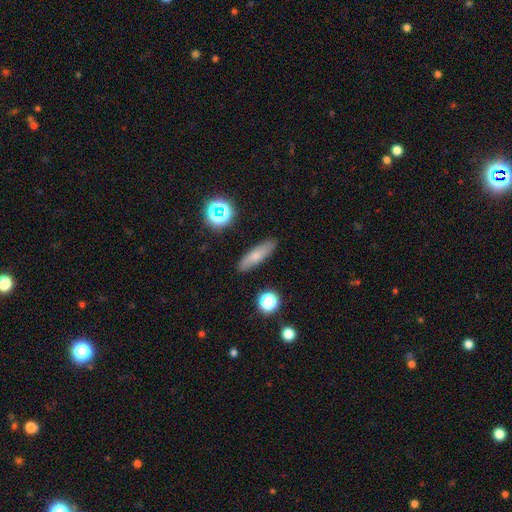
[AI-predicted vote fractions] Q: Smooth or featured?
A: smooth (67%); runner-up: featured or disk (23%)
Q: How rounded?
A: cigar-shaped (62%); runner-up: in between (34%)
Q: Merging?
A: none (87%); runner-up: minor disturbance (9%)